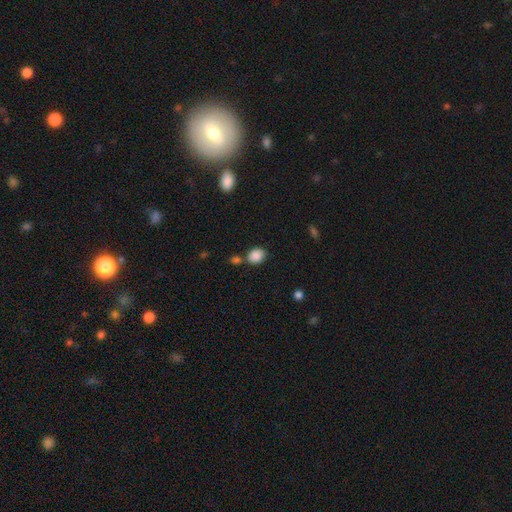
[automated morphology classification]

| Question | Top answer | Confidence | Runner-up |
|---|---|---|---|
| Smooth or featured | smooth | 87% | star or artifact (8%) |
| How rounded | round | 54% | in between (44%) |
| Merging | none | 63% | merger (19%) |